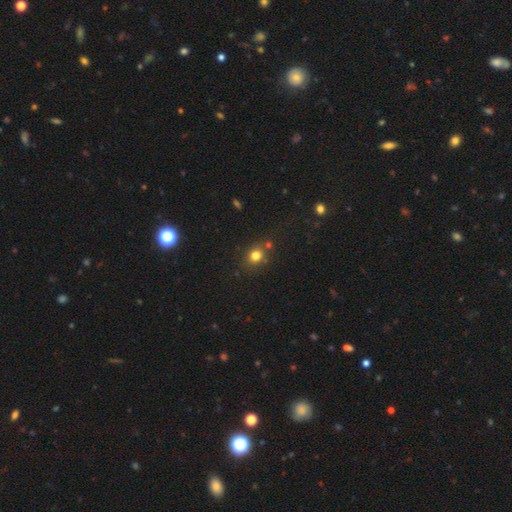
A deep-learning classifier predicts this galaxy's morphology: Smooth or featured?
  - smooth: 78% *
  - star or artifact: 15%
  - featured or disk: 8%
How rounded?
  - round: 72% *
  - in between: 27%
  - cigar-shaped: 1%
Merging?
  - none: 72% *
  - minor disturbance: 12%
  - merger: 12%
  - major disturbance: 4%